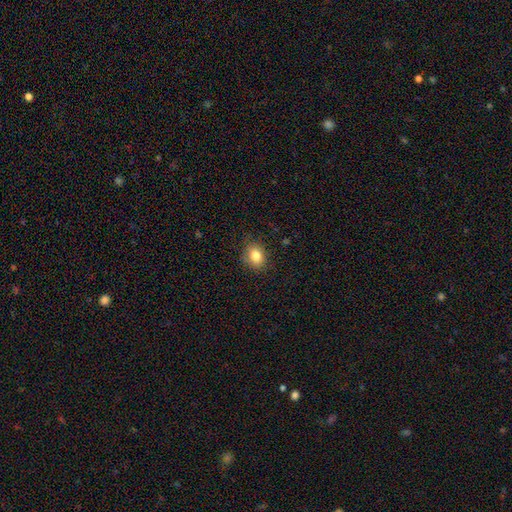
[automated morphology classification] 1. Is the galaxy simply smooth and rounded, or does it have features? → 83% smooth, 10% star or artifact, 7% featured or disk.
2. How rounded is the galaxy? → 53% in between, 46% round, 1% cigar-shaped.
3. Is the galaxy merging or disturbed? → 83% none, 13% minor disturbance, 3% major disturbance, 1% merger.